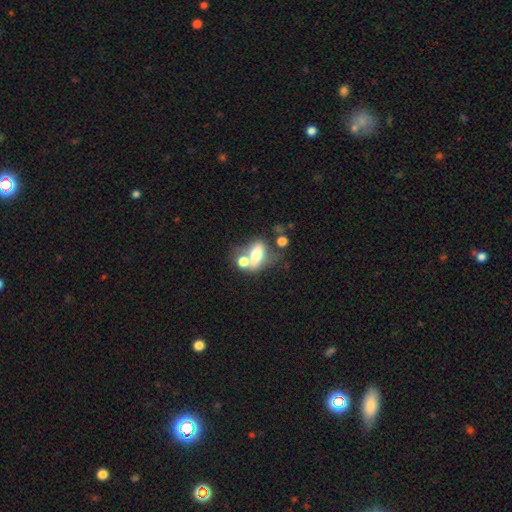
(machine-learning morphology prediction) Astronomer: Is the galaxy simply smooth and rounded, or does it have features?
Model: smooth — 54% (runner-up: featured or disk, 35%).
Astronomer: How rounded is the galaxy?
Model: in between — 71%.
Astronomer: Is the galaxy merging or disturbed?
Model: merger — 41% (runner-up: none, 35%).